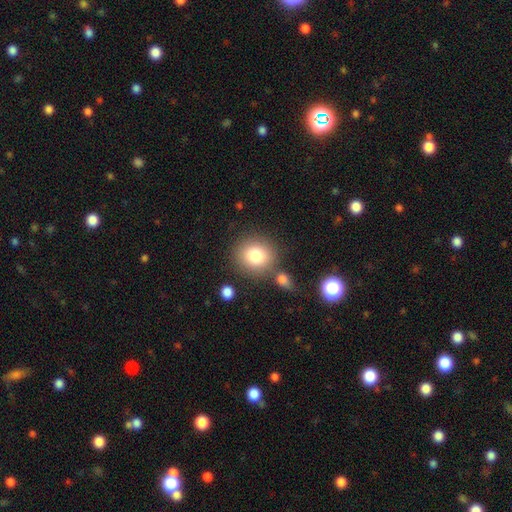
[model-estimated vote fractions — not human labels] Smooth or featured? smooth (81%)
How rounded? round (85%)
Merging? none (74%)